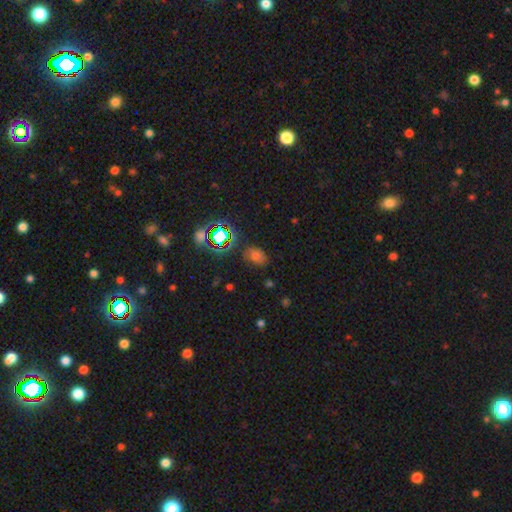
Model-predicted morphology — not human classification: Q: Smooth or featured?
A: smooth (49%); runner-up: star or artifact (43%)
Q: Merging?
A: none (78%); runner-up: minor disturbance (13%)